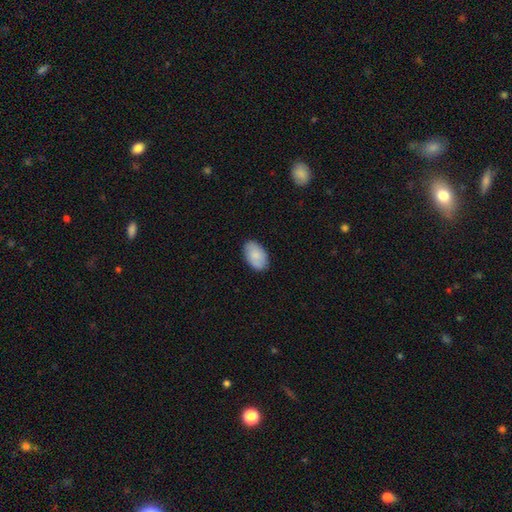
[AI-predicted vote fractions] smooth_or_featured: smooth (p=0.84) [alt: featured or disk p=0.10]
how_rounded: in between (p=0.93) [alt: round p=0.06]
merging: none (p=0.86) [alt: minor disturbance p=0.11]